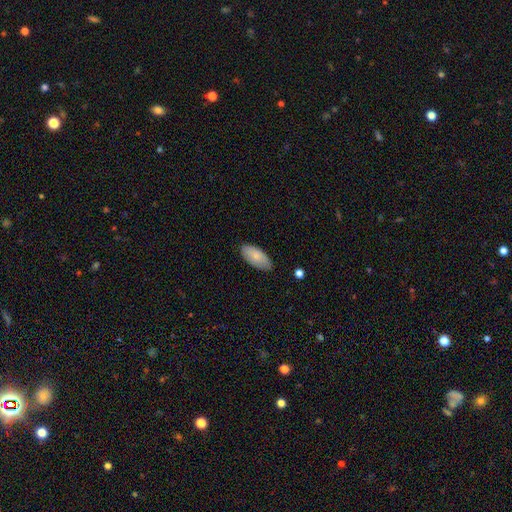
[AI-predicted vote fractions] Smooth or featured? Predicted: smooth (p=0.78). How rounded? Predicted: in between (p=0.93). Merging? Predicted: none (p=0.78).